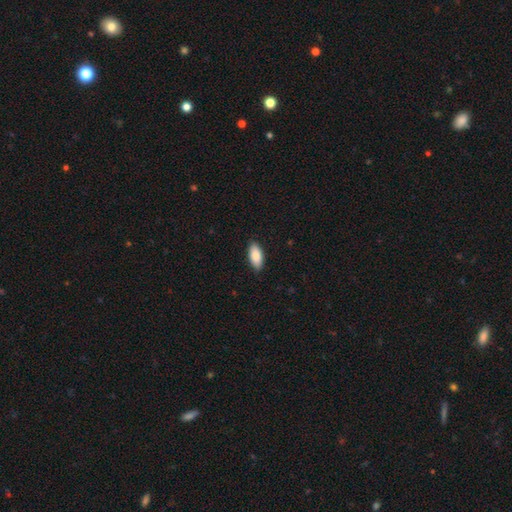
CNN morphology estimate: A smooth galaxy with no disk features (86%) that is in between round and cigar-shaped (89%).

Vote fractions:
- Smooth or featured? smooth: 86% / featured or disk: 8% / star or artifact: 6%
- How rounded? in between: 89% / cigar-shaped: 9% / round: 2%
- Merging? none: 89% / minor disturbance: 9% / major disturbance: 2% / merger: 1%